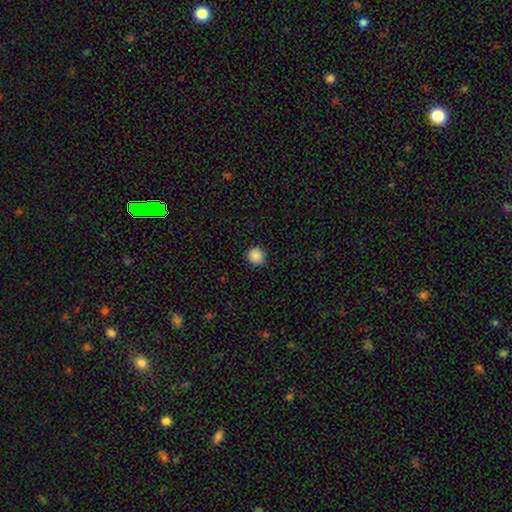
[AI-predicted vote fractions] The model was most divided on "smooth or featured": smooth: 88%, star or artifact: 9%, featured or disk: 2%. More confident: how rounded — round (92%); merging — none (91%).